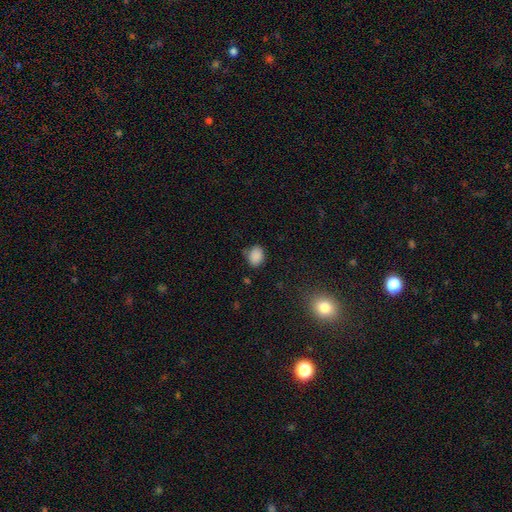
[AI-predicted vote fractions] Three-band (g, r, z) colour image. It shows a smooth galaxy with no disk features (86%) that is in between round and cigar-shaped (64%). Merging: none (73%).